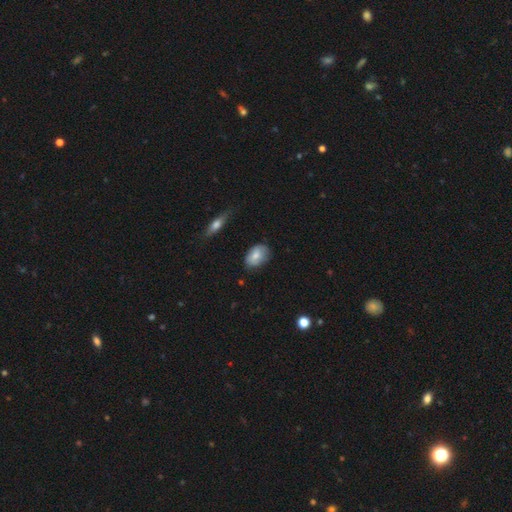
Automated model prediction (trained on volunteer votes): Overall: smooth (73%). How rounded: in between (82%). Merging: none (72%).